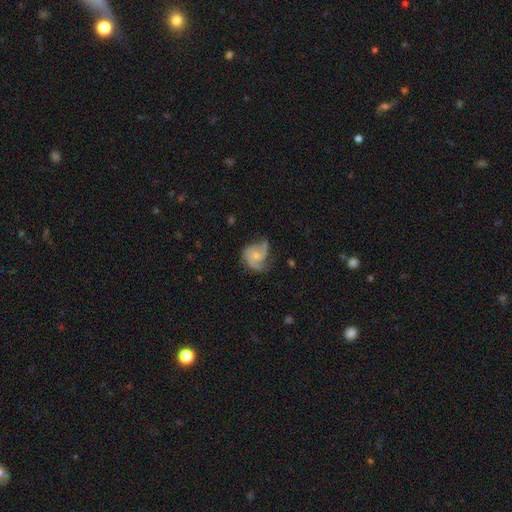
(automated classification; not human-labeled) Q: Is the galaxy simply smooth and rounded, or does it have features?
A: featured or disk — 78%.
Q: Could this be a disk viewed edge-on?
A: no — 98%.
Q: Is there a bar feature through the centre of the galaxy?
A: no — 71%.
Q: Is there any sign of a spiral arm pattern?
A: yes — 95%.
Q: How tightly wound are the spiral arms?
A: medium — 49%.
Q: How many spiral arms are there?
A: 2 — 40%.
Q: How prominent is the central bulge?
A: small — 59%.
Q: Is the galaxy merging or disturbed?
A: none — 54%.